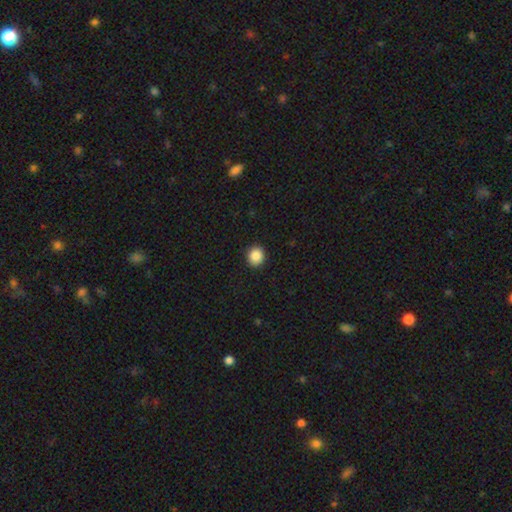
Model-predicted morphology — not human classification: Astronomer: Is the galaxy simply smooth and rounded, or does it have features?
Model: smooth — 87%.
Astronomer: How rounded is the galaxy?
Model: round — 86%.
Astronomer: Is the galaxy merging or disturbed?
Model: none — 92%.